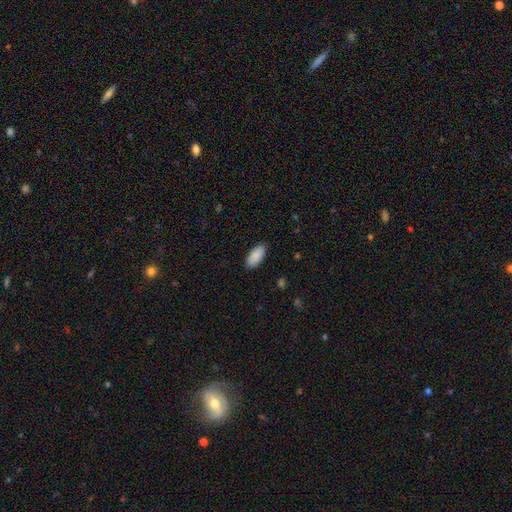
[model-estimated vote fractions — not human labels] Overall: smooth (90%). How rounded: in between (94%). Merging: none (87%).